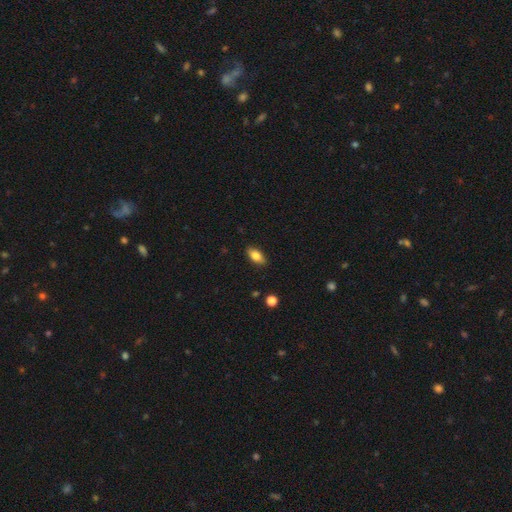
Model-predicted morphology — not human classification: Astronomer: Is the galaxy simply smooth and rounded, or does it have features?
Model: smooth — 81%.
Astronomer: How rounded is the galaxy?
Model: in between — 90%.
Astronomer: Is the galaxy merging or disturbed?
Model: none — 88%.